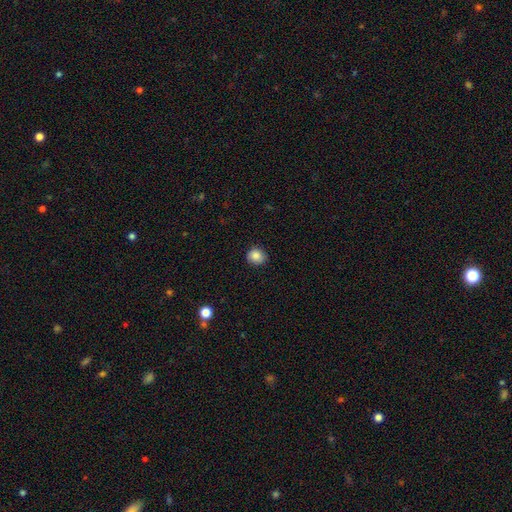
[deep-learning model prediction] smooth-or-featured: smooth: 86% | star or artifact: 9% | featured or disk: 5%
  how-rounded: round: 81% | in between: 18% | cigar-shaped: 1%
  merging: none: 86% | minor disturbance: 11% | major disturbance: 2% | merger: 1%